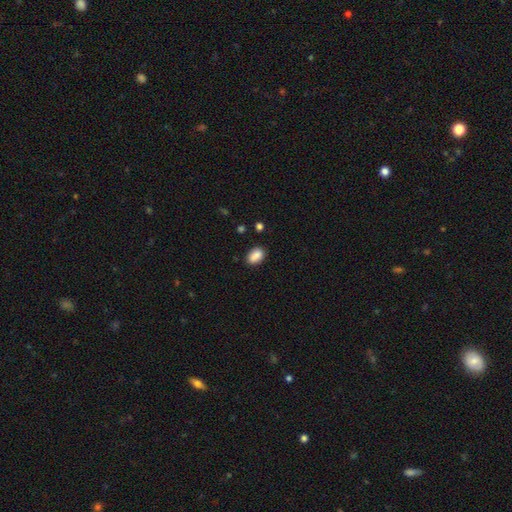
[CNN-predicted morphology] Smooth or featured: smooth — 87% (star or artifact — 8%)
How rounded: in between — 87% (round — 11%)
Merging: none — 81% (minor disturbance — 14%)